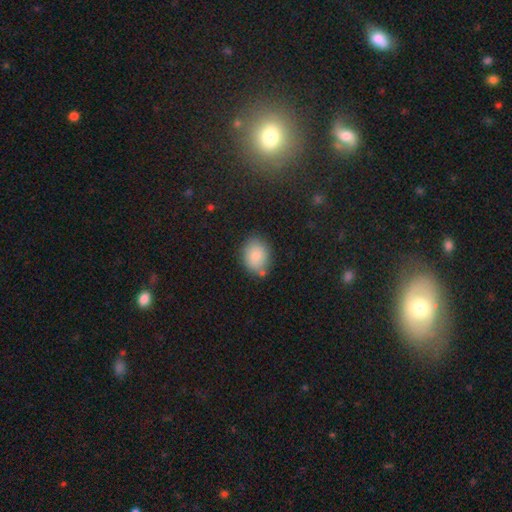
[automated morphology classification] Smooth or featured: smooth — 81% (featured or disk — 10%)
How rounded: in between — 57% (round — 42%)
Merging: none — 74% (minor disturbance — 16%)